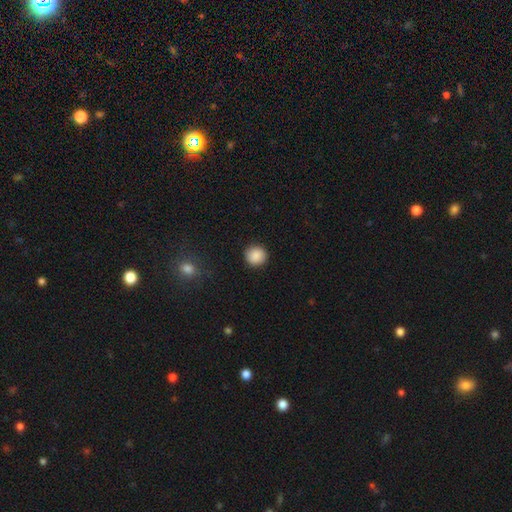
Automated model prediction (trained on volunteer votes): Morphology: type=smooth (88%); roundness=round (92%); merging=none (92%).